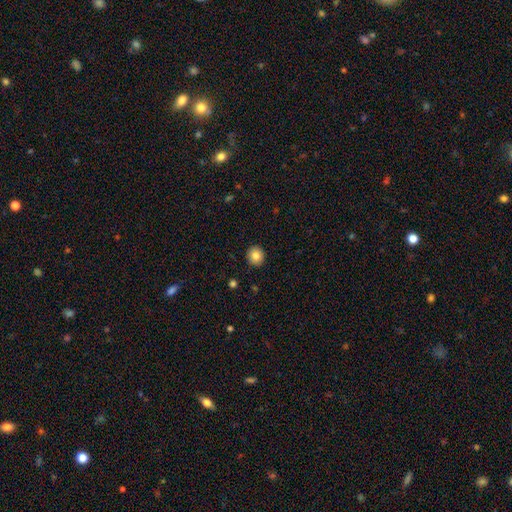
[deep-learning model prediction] This appears to be a smooth galaxy with no disk features (83%) that is round (90%). Merging: none (92%).